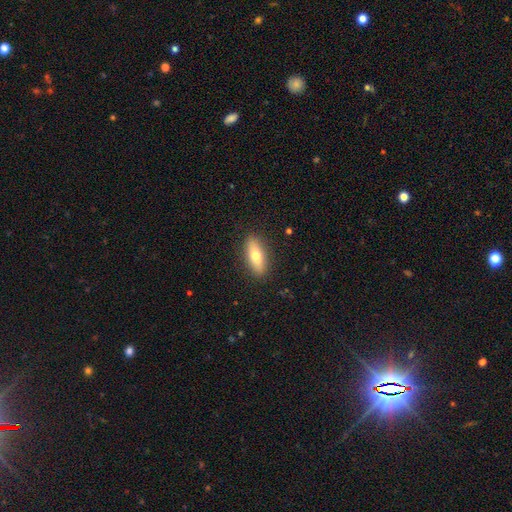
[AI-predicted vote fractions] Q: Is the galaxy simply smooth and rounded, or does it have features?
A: smooth — 65%.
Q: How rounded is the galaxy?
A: in between — 64%.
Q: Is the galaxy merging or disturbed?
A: none — 89%.